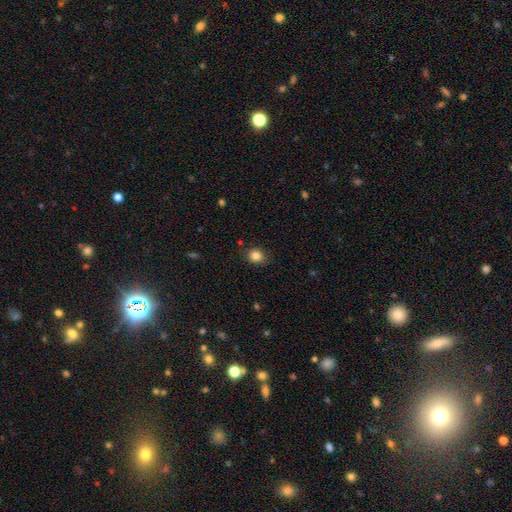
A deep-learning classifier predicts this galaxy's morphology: A smooth galaxy with no disk features (84%) that is round (73%). Merging: none (86%).